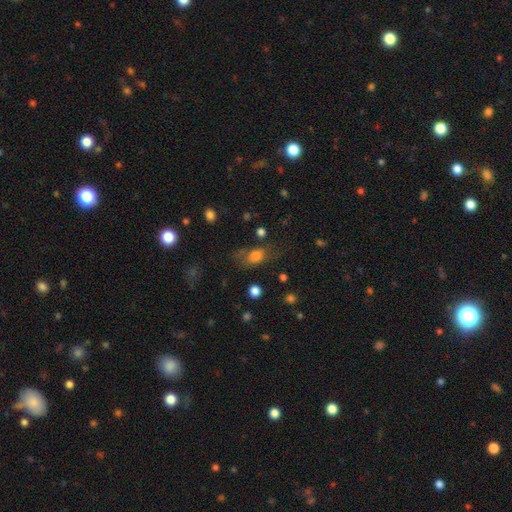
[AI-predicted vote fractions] Smooth or featured? Predicted: smooth (p=0.75). How rounded? Predicted: in between (p=0.74). Merging? Predicted: none (p=0.54).